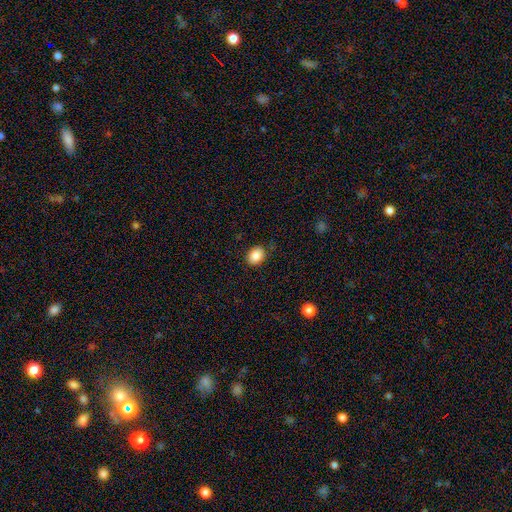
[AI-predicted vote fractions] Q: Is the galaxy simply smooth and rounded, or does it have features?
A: smooth — 87%.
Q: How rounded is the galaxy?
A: in between — 56%.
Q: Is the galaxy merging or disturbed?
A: none — 85%.